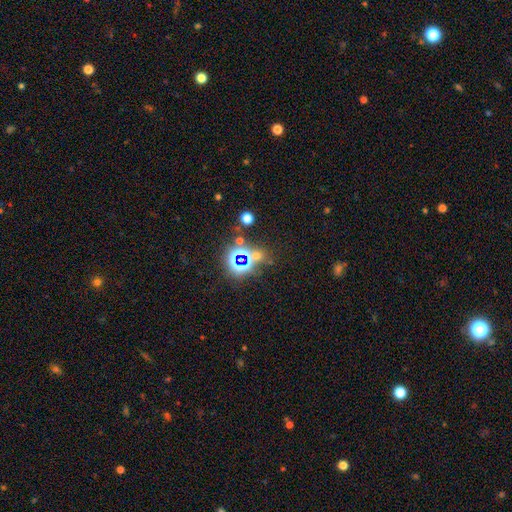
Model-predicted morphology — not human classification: This is likely a star or artifact rather than a galaxy (61%).